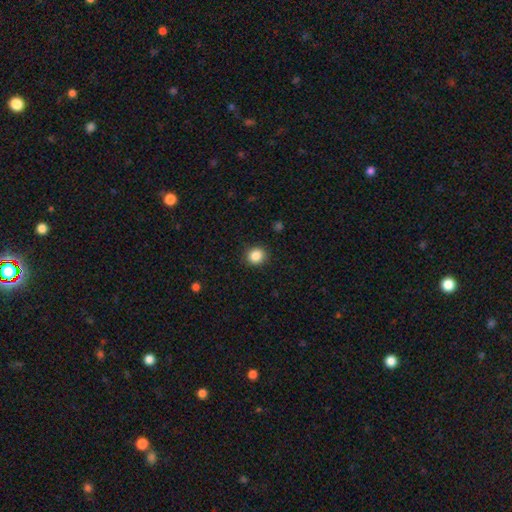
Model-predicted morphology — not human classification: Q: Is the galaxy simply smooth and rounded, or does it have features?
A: smooth — 86%.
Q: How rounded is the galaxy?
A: round — 82%.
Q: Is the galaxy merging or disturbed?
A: none — 90%.